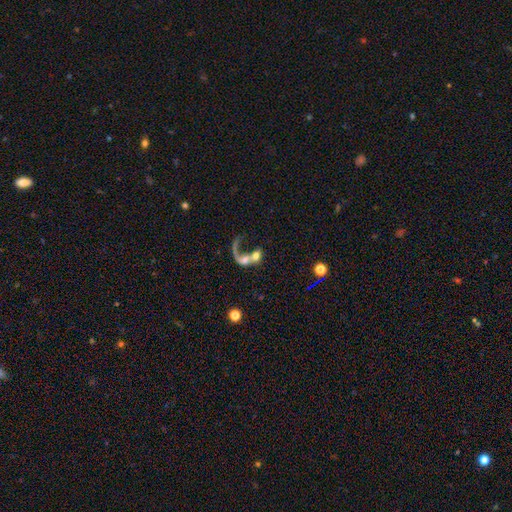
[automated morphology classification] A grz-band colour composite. It shows a featured or disk galaxy (51%). Merging: merger (63%).